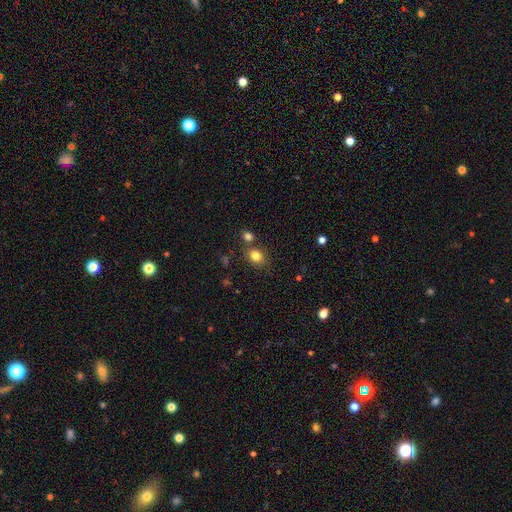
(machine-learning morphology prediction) smooth_or_featured: smooth (p=0.81) [alt: star or artifact p=0.12]
how_rounded: round (p=0.62) [alt: in between p=0.37]
merging: none (p=0.69) [alt: merger p=0.15]